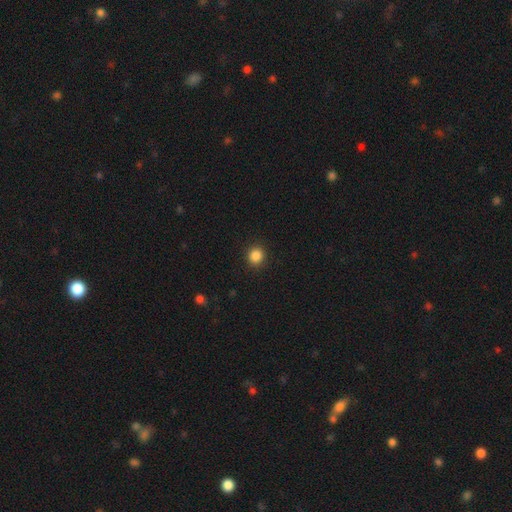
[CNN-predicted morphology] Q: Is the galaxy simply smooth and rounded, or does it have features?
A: smooth — 86%.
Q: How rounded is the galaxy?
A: round — 89%.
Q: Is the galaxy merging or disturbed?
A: none — 91%.